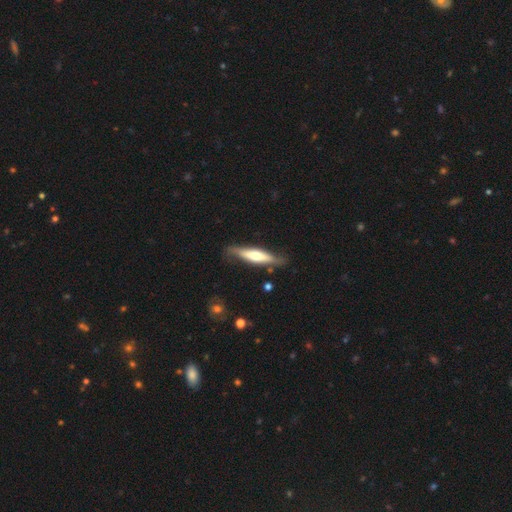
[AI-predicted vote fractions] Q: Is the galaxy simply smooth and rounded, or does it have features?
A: featured or disk — 51%.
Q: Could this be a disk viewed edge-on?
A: yes — 83%.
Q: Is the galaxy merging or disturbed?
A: none — 74%.